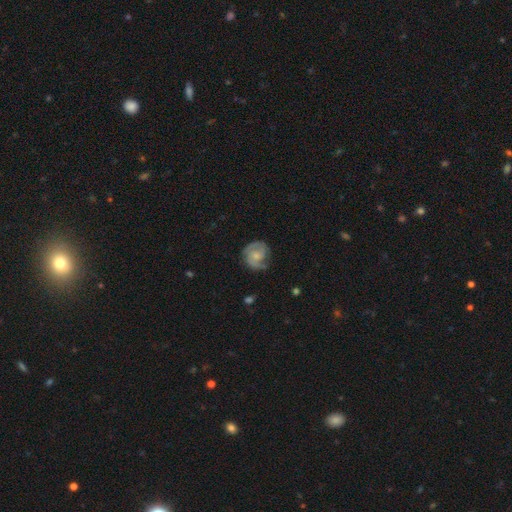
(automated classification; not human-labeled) Smooth or featured: featured or disk — 68% (smooth — 25%)
Edge-on disk: no — 98% (yes — 2%)
Bar: no — 66% (weak — 29%)
Spiral arms: yes — 90% (no — 10%)
Spiral winding: tight — 46% (medium — 39%)
Spiral arm count: 2 — 65% (can't tell — 14%)
Bulge size: small — 50% (moderate — 37%)
Merging: none — 65% (minor disturbance — 23%)